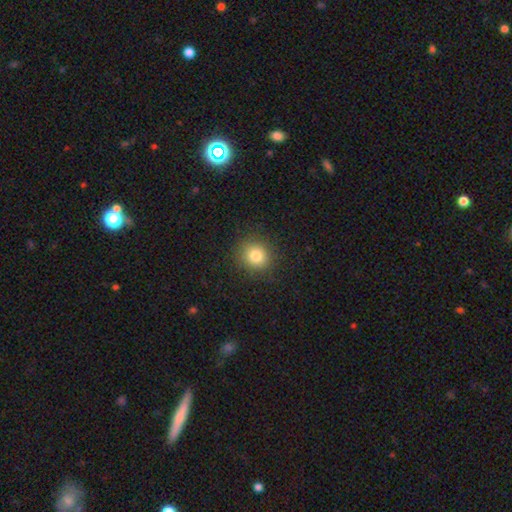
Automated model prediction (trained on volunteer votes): Overall: smooth (82%). How rounded: round (85%). Merging: none (88%).